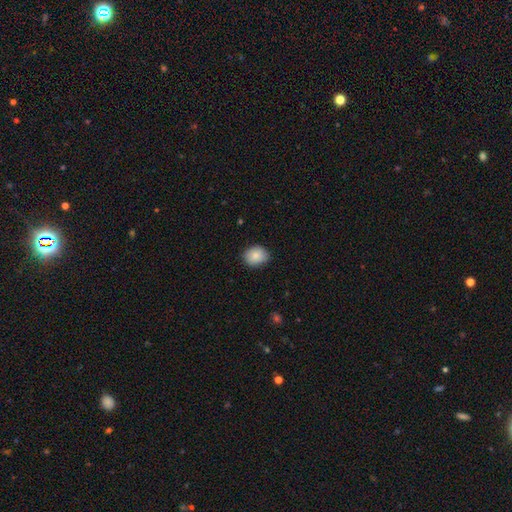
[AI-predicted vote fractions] This is clearly a smooth galaxy (87%). How rounded: possibly round (54%). Merging: clearly none (85%).